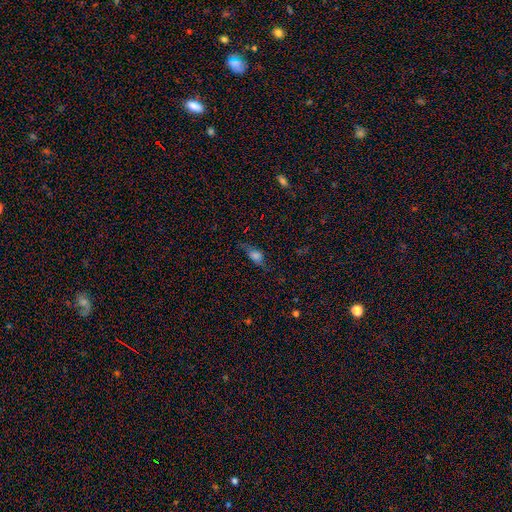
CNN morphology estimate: Overall: smooth (64%). How rounded: in between (76%). Merging: none (55%; minor disturbance 29%).